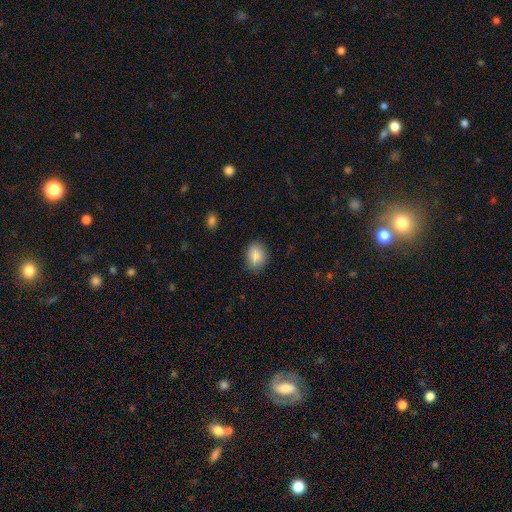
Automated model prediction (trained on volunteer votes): Smooth or featured? Predicted: smooth (p=0.86). How rounded? Predicted: round (p=0.51). Merging? Predicted: none (p=0.83).